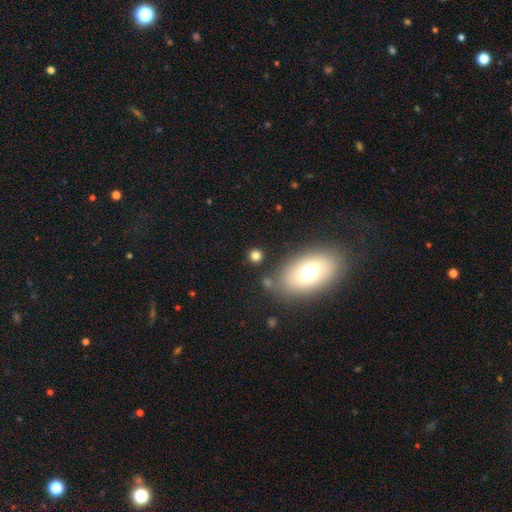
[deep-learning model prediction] Q: Smooth or featured?
A: smooth (75%); runner-up: star or artifact (16%)
Q: How rounded?
A: round (79%); runner-up: in between (18%)
Q: Merging?
A: none (79%); runner-up: minor disturbance (10%)